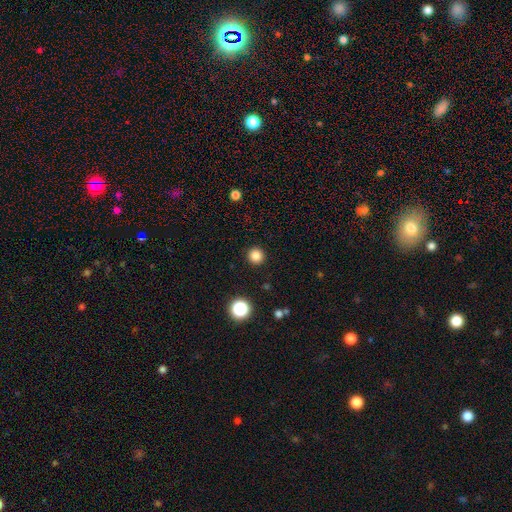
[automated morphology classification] Smooth or featured: smooth — 84% (star or artifact — 12%)
How rounded: round — 96% (in between — 3%)
Merging: none — 93% (minor disturbance — 4%)